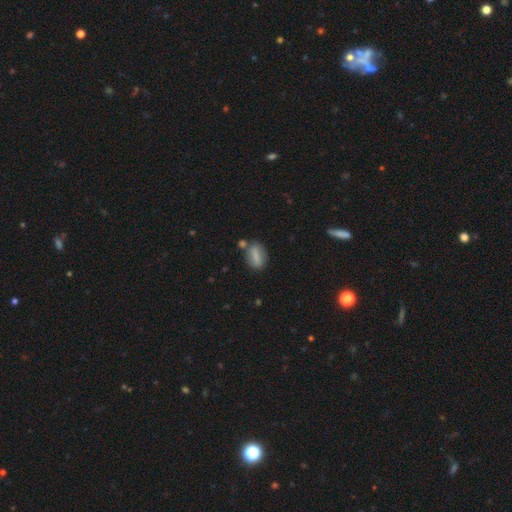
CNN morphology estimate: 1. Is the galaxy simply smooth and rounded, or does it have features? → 73% smooth, 19% featured or disk, 8% star or artifact.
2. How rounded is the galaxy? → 75% in between, 14% cigar-shaped, 11% round.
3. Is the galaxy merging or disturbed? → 68% none, 15% minor disturbance, 13% merger, 4% major disturbance.